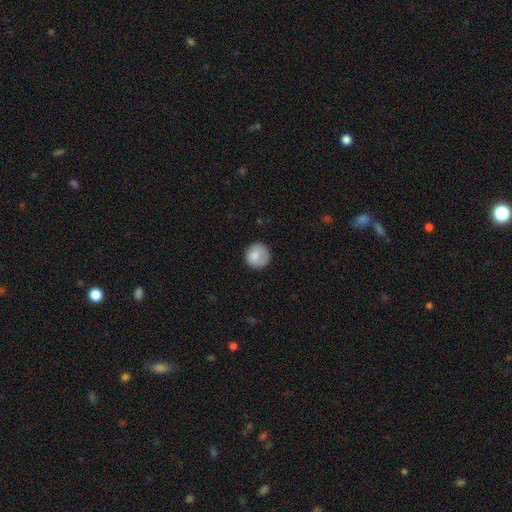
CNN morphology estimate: Q: Smooth or featured?
A: smooth (82%); runner-up: featured or disk (10%)
Q: How rounded?
A: round (92%); runner-up: in between (7%)
Q: Merging?
A: none (80%); runner-up: minor disturbance (15%)